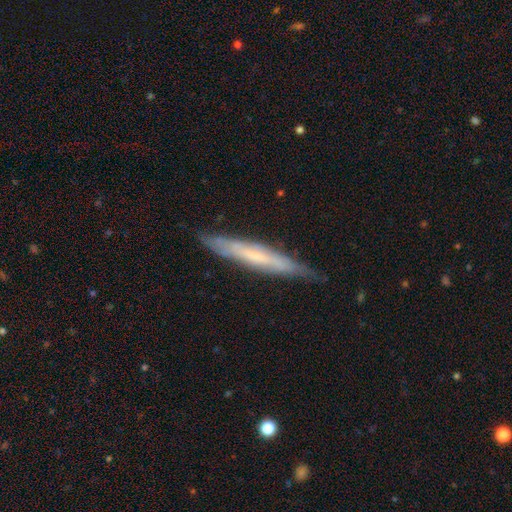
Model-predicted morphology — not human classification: Smooth or featured?
  - featured or disk: 55% *
  - smooth: 39%
  - star or artifact: 6%
Edge-on disk?
  - yes: 85% *
  - no: 15%
Merging?
  - none: 81% *
  - minor disturbance: 16%
  - major disturbance: 2%
  - merger: 1%